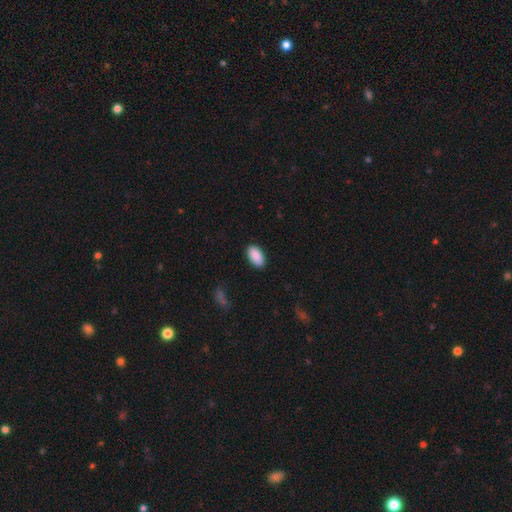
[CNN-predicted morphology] The model was most divided on "merging": none: 88%, minor disturbance: 8%, major disturbance: 2%, merger: 1%. More confident: how rounded — in between (95%); smooth or featured — smooth (91%).